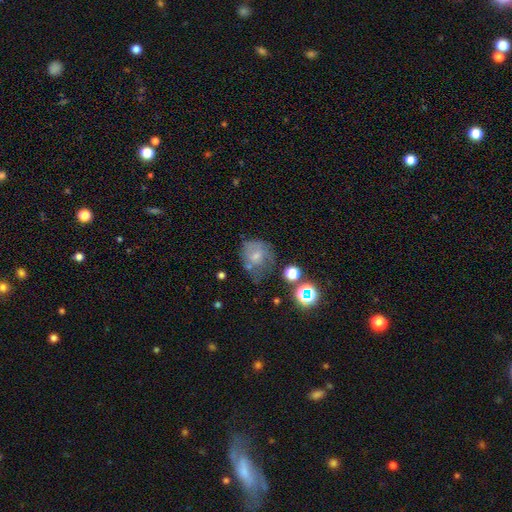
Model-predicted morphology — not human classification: Smooth or featured? smooth (56%)
How rounded? round (70%)
Merging? none (39%)